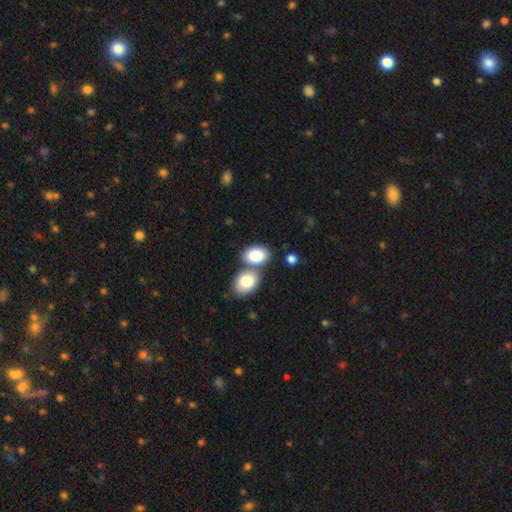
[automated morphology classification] This is clearly a smooth galaxy (83%). How rounded: clearly in between (81%). Merging: possibly merger (45%).